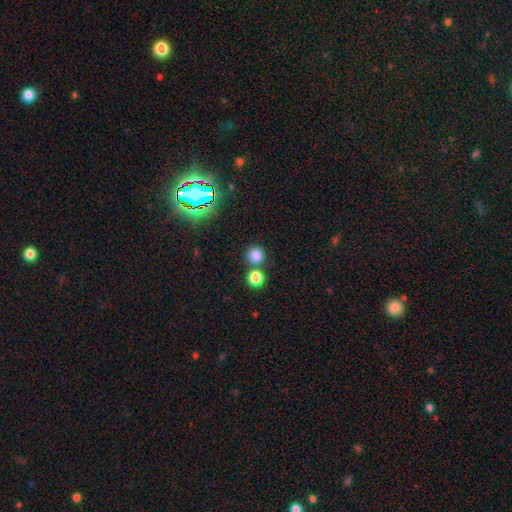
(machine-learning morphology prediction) This appears to be a smooth galaxy with no disk features (79%) that is round (92%). Merging: none (72%).